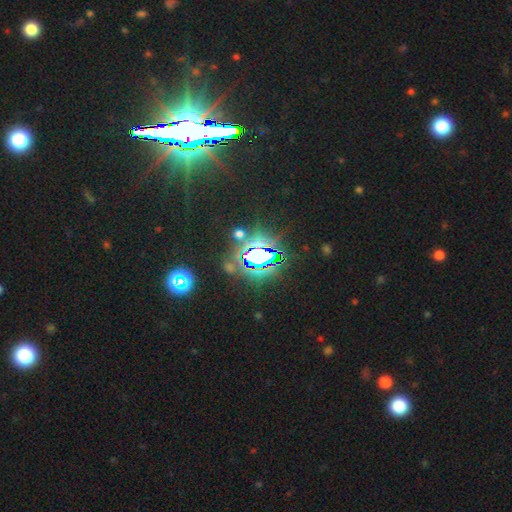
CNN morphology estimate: A star or artifact, not a galaxy (75%).

Vote fractions:
- Smooth or featured? star or artifact: 75% / smooth: 15% / featured or disk: 11%